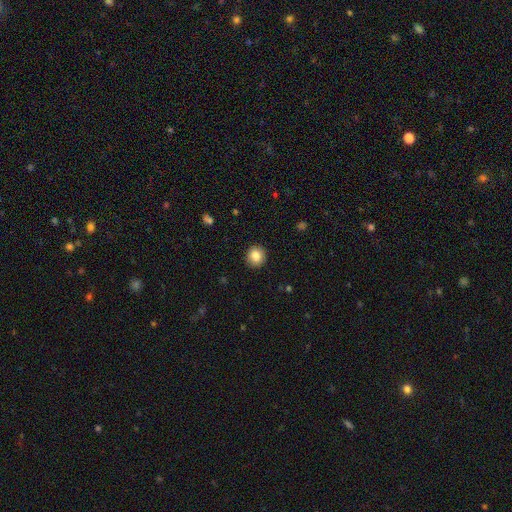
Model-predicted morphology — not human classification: This appears to be a smooth galaxy with no disk features (85%) that is round (90%). Merging: none (92%).